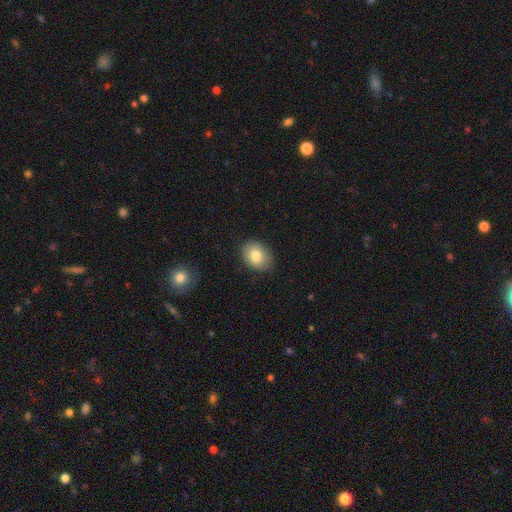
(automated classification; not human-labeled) A smooth galaxy with no disk features (81%) that is in between round and cigar-shaped (63%).

Vote fractions:
- Smooth or featured? smooth: 81% / featured or disk: 11% / star or artifact: 8%
- How rounded? in between: 63% / round: 36% / cigar-shaped: 1%
- Merging? none: 85% / minor disturbance: 11% / major disturbance: 2% / merger: 1%